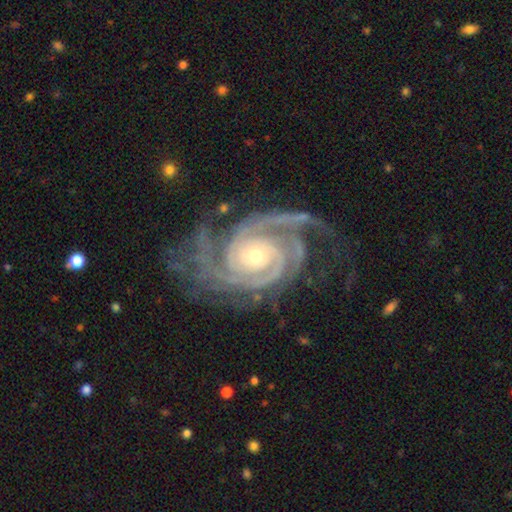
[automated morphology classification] Overall: featured or disk (94%). Edge-on disk: no (98%). Bar: no (69%). Spiral arms: yes (99%). Spiral arm count: 3 (32%; 2 28%). Spiral winding: tight (69%). Bulge size: small (63%; moderate 33%). Merging: none (65%).